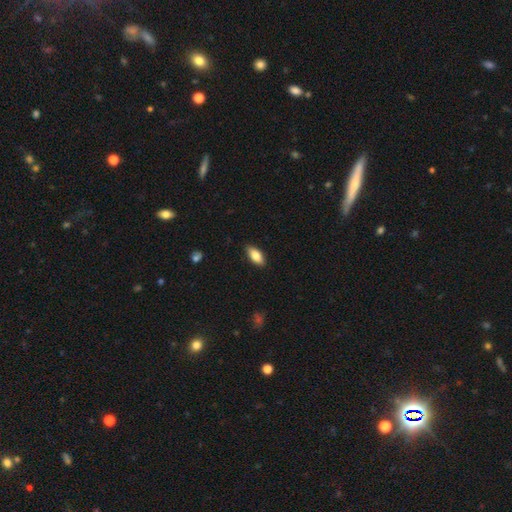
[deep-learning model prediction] smooth-or-featured: smooth: 82% | featured or disk: 12% | star or artifact: 6%
  how-rounded: in between: 87% | cigar-shaped: 10% | round: 3%
  merging: none: 87% | minor disturbance: 10% | major disturbance: 2% | merger: 1%